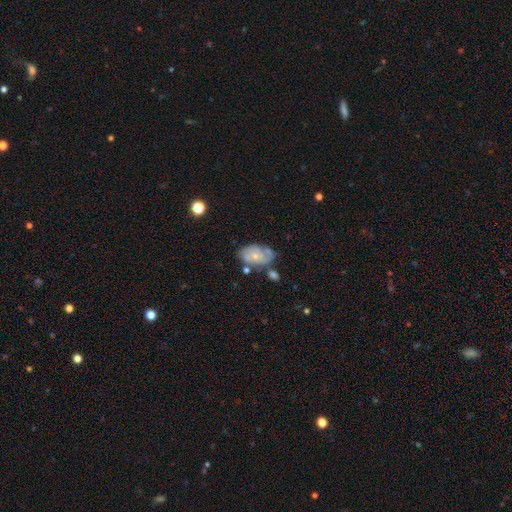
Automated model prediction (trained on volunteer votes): Morphology: type=featured or disk (54%); edge-on=no (95%); bar=no (81%); spiral arms=yes (65%); bulge=small (66%); merging=none (47%).